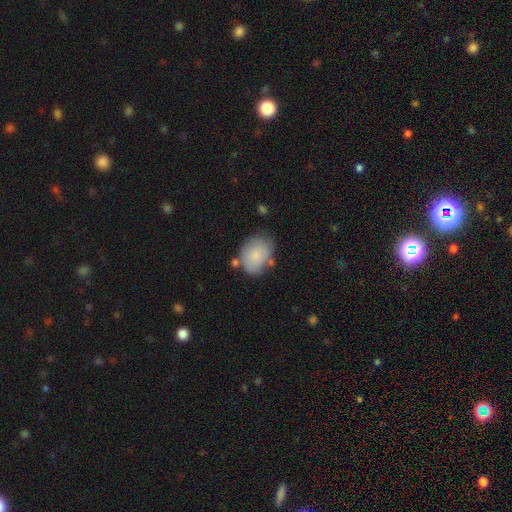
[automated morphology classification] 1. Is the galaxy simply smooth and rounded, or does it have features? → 78% smooth, 15% featured or disk, 7% star or artifact.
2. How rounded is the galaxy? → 66% in between, 33% round, 1% cigar-shaped.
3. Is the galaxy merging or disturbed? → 65% none, 22% minor disturbance, 7% merger, 6% major disturbance.